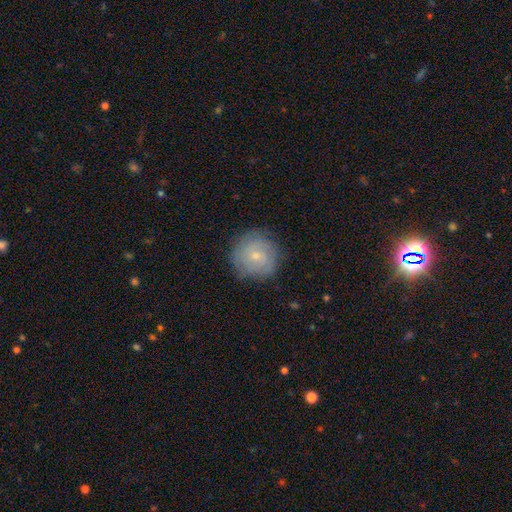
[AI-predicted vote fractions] The model was most divided on "smooth or featured": smooth: 59%, featured or disk: 32%, star or artifact: 8%. More confident: how rounded — round (92%); merging — none (82%).